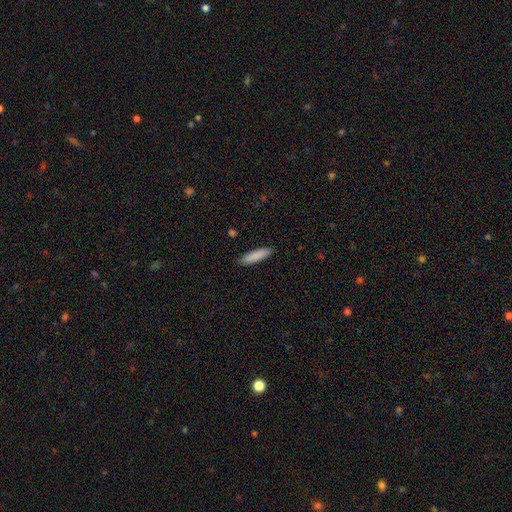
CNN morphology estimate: This appears to be a smooth galaxy with no disk features (86%) that is cigar-shaped (79%). Merging: none (89%).